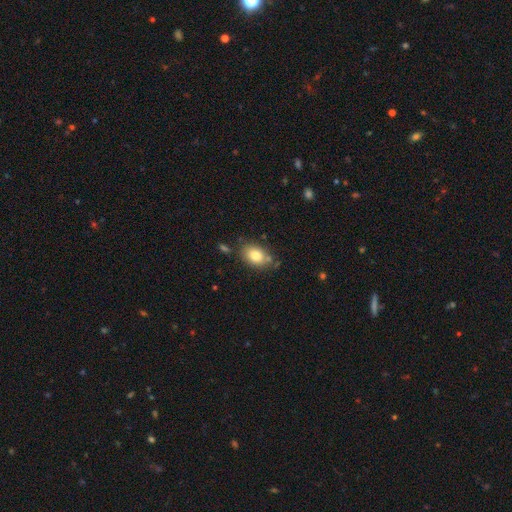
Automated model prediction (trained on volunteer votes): This is clearly a smooth galaxy (80%). How rounded: likely in between (80%). Merging: likely none (70%).